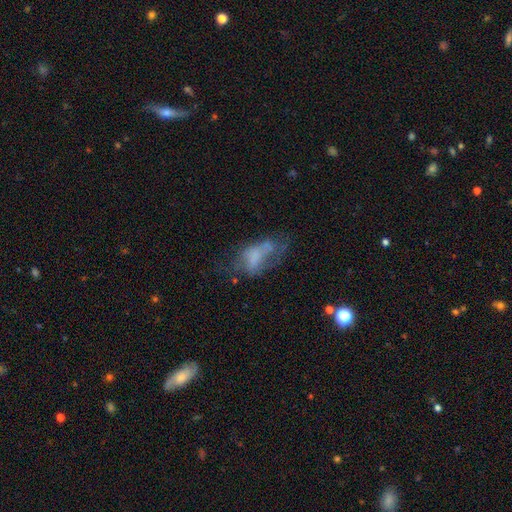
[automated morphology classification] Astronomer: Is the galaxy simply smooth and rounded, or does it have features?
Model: smooth — 44% (runner-up: featured or disk, 42%).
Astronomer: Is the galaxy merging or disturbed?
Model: major disturbance — 37% (runner-up: none, 29%).